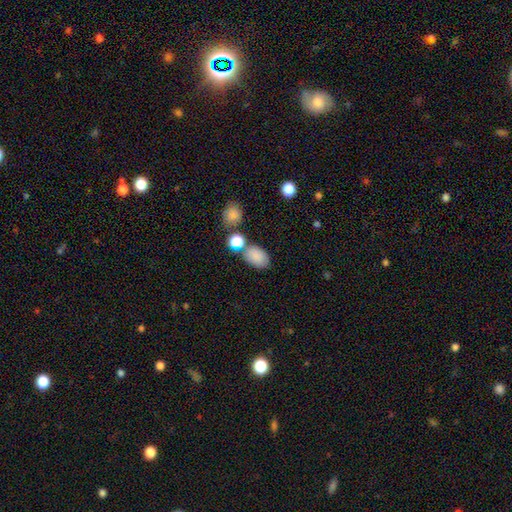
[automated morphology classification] Smooth or featured? smooth (84%)
How rounded? in between (86%)
Merging? none (68%)